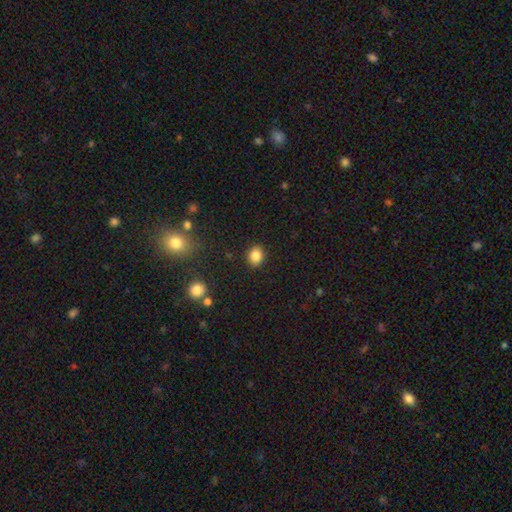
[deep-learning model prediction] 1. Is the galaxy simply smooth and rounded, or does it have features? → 85% smooth, 11% star or artifact, 5% featured or disk.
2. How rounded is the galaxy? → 58% round, 41% in between, 1% cigar-shaped.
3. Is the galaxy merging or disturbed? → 89% none, 7% minor disturbance, 2% major disturbance, 1% merger.